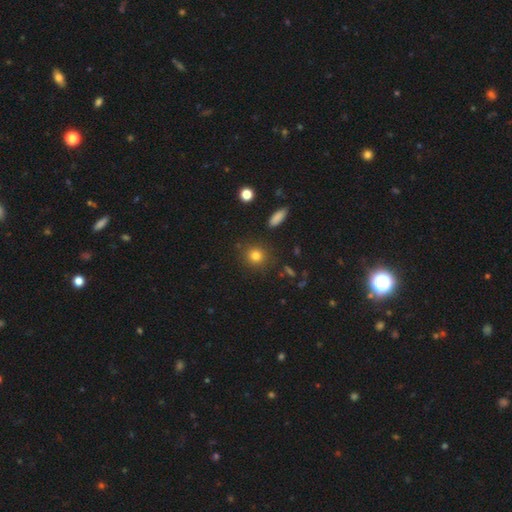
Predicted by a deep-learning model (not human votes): A smooth galaxy with no disk features (80%) that is round (89%). Merging: none (87%).